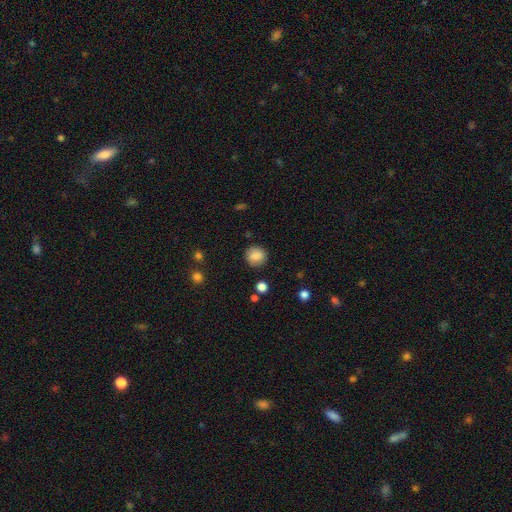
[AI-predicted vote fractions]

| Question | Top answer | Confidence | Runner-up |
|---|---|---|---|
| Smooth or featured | smooth | 83% | star or artifact (9%) |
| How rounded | round | 87% | in between (12%) |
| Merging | none | 86% | minor disturbance (10%) |